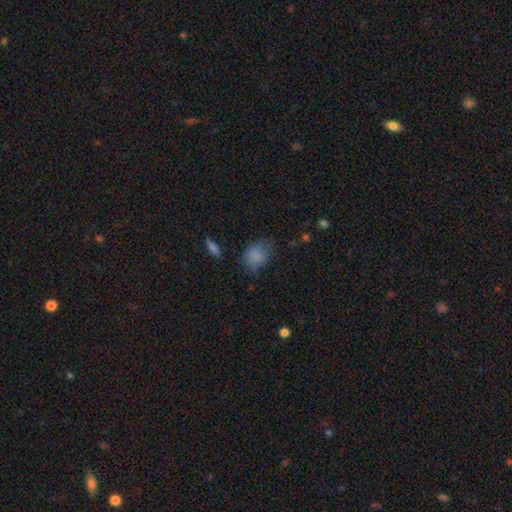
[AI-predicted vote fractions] This appears to be a smooth galaxy with no disk features (78%) that is in between round and cigar-shaped (62%). Merging: none (51%).